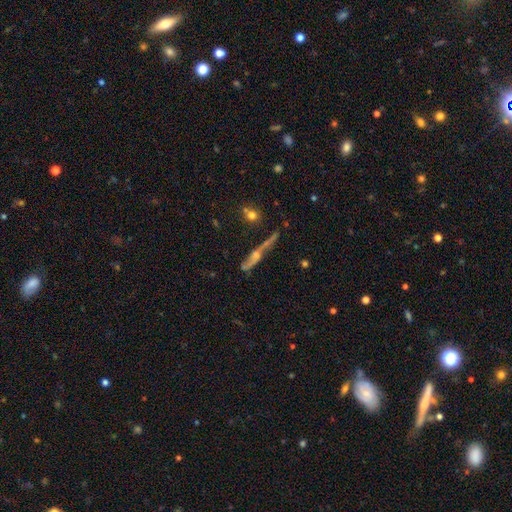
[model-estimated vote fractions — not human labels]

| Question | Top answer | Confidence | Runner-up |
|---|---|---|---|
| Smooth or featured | featured or disk | 69% | smooth (19%) |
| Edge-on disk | yes | 79% | no (21%) |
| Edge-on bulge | rounded | 76% | none (17%) |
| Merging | none | 57% | minor disturbance (22%) |